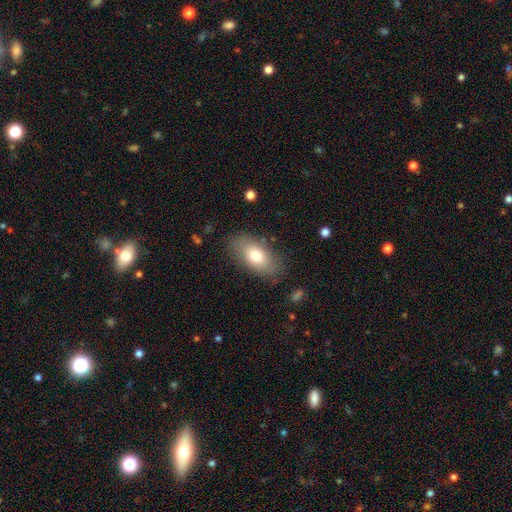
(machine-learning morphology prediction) Overall: smooth (74%). How rounded: in between (90%). Merging: none (81%).